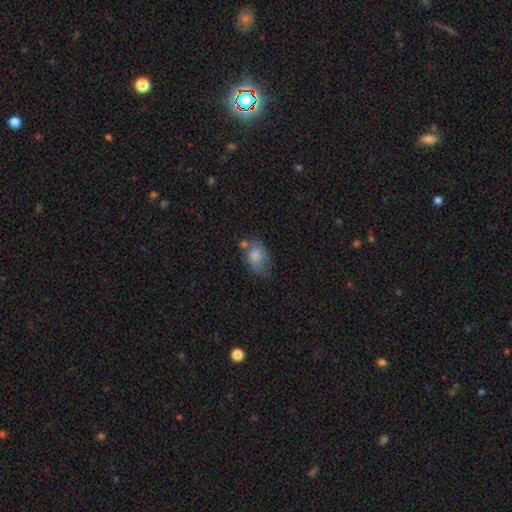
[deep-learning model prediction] smooth_or_featured: smooth (p=0.71) [alt: featured or disk p=0.21]
how_rounded: in between (p=0.81) [alt: round p=0.17]
merging: none (p=0.40) [alt: minor disturbance p=0.31]